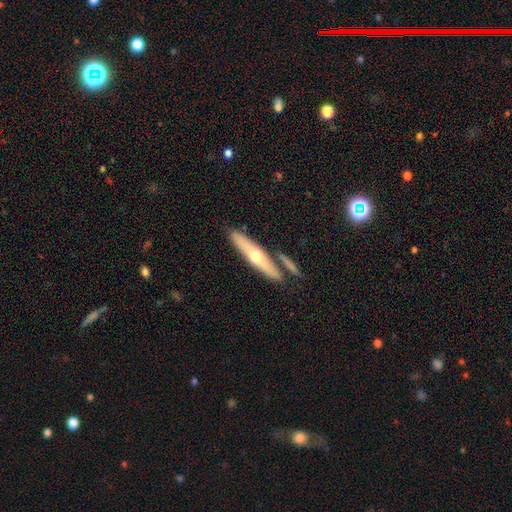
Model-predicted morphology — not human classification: This is possibly a featured or disk galaxy (53%). It is clearly viewed edge-on (86%). Merging: likely none (77%).